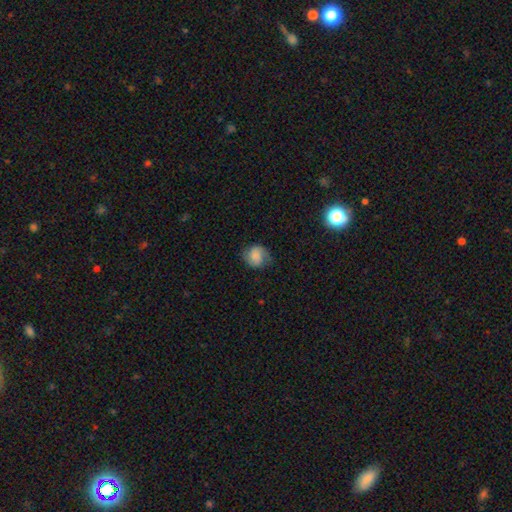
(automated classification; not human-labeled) smooth_or_featured: smooth (p=0.62) [alt: featured or disk p=0.28]
how_rounded: round (p=0.70) [alt: in between p=0.29]
merging: none (p=0.68) [alt: minor disturbance p=0.23]